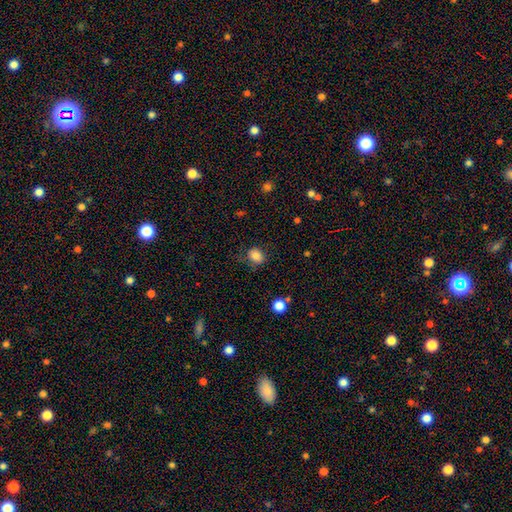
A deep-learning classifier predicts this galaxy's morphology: smooth 82%, star or artifact 10%, featured or disk 8%. Down the decision tree: how rounded — round (55%); merging — none (66%).